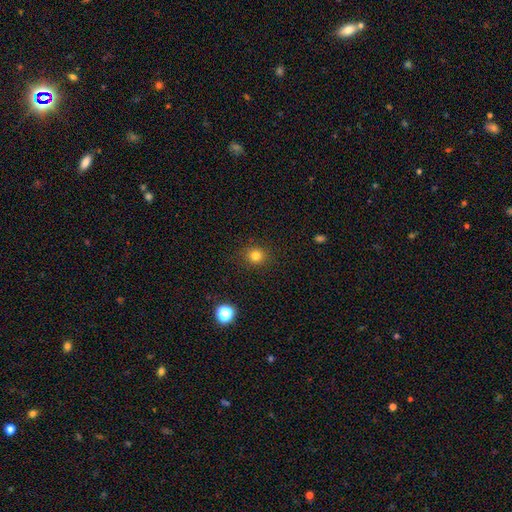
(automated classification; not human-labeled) Overall: smooth (80%). How rounded: round (86%). Merging: none (88%).